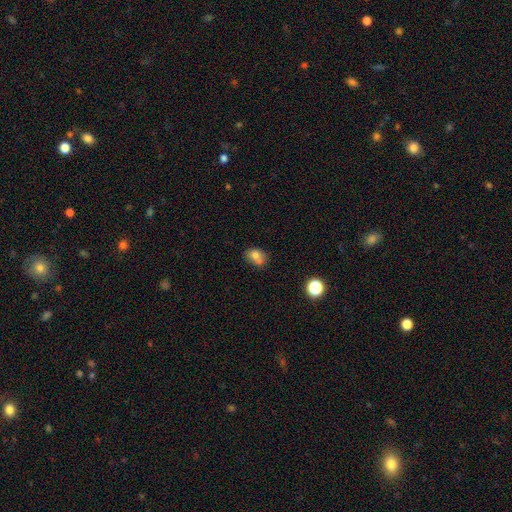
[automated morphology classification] Overall: smooth (75%). How rounded: in between (66%; round 33%). Merging: none (54%; minor disturbance 24%).